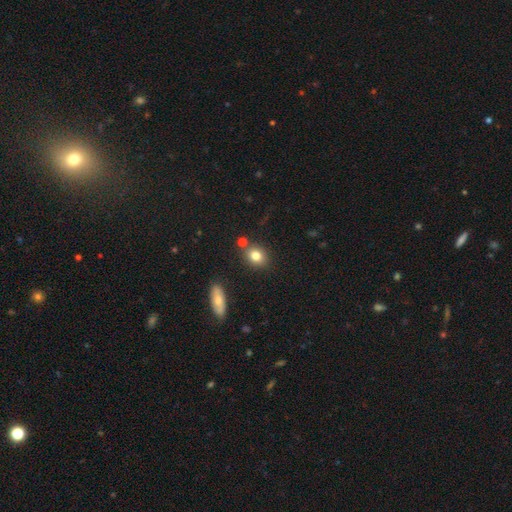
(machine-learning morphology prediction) smooth_or_featured: smooth (p=0.80) [alt: star or artifact p=0.10]
how_rounded: round (p=0.52) [alt: in between p=0.46]
merging: none (p=0.78) [alt: minor disturbance p=0.10]